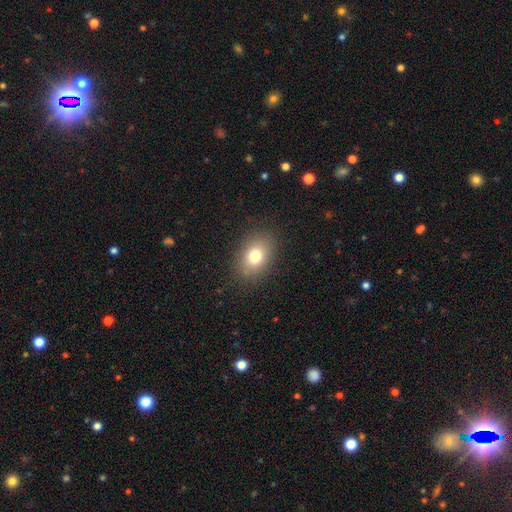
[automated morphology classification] This appears to be a smooth galaxy with no disk features (78%) that is in between round and cigar-shaped (75%). Merging: none (88%).